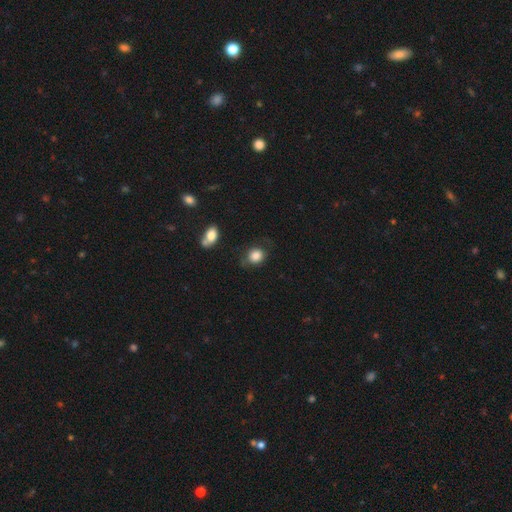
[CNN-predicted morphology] Smooth or featured? smooth (84%)
How rounded? round (63%)
Merging? none (64%)